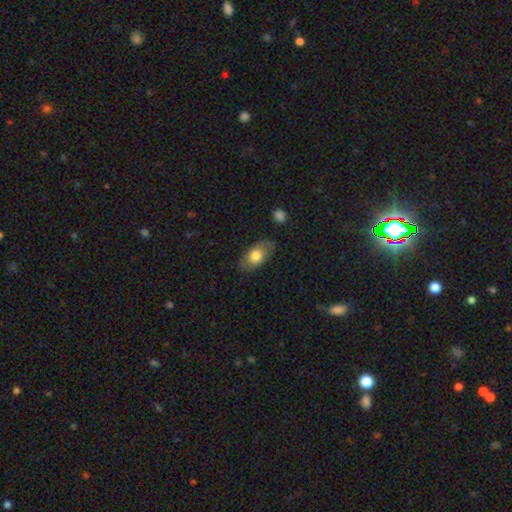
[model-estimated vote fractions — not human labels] Smooth or featured? smooth (71%)
How rounded? in between (88%)
Merging? none (78%)